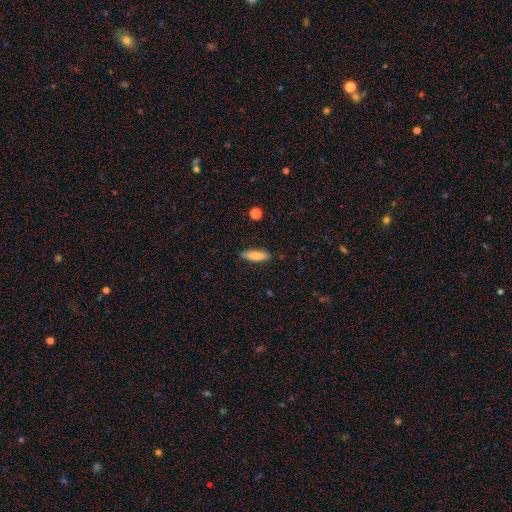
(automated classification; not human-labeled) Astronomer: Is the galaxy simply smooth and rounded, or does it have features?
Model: smooth — 81%.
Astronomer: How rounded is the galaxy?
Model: cigar-shaped — 58% (runner-up: in between, 40%).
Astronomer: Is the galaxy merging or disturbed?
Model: none — 87%.